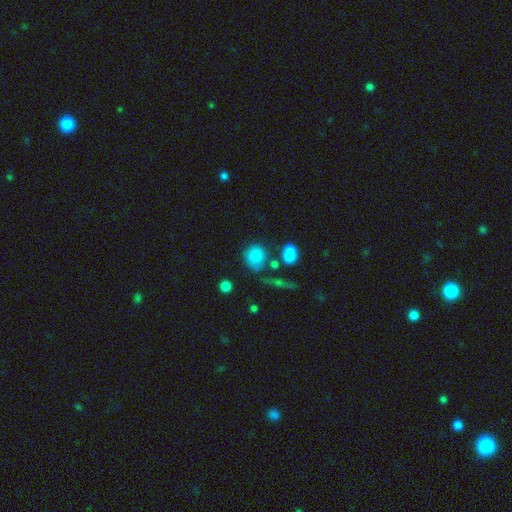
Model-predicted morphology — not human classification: Smooth or featured: smooth — 79% (star or artifact — 10%)
How rounded: round — 78% (in between — 21%)
Merging: none — 59% (minor disturbance — 19%)